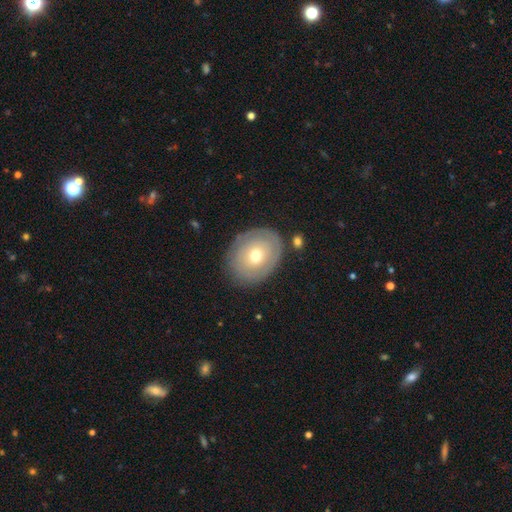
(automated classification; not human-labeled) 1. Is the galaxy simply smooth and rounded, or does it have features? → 50% smooth, 43% featured or disk, 7% star or artifact.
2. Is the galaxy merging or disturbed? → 80% none, 13% minor disturbance, 4% major disturbance, 3% merger.